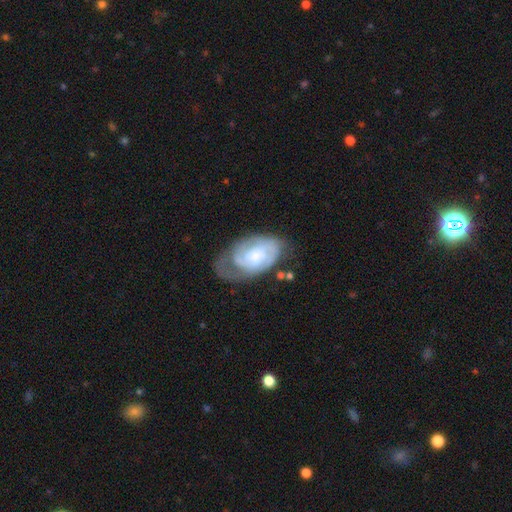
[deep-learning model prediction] A featured or disk galaxy (74%) with no bar (67%), 2 (42%) tight (59%) spiral arms (89%) and a small central bulge (45%).

Vote fractions:
- Smooth or featured? featured or disk: 74% / smooth: 20% / star or artifact: 6%
- Edge-on disk? no: 97% / yes: 3%
- Bar? no: 67% / weak: 28% / strong: 5%
- Spiral arms? yes: 89% / no: 11%
- Spiral winding? tight: 59% / medium: 32% / loose: 10%
- Spiral arm count? 2: 42% / can't tell: 32% / 1: 13% / 3: 9% / 4: 2% / more than 4: 2%
- Bulge size? small: 45% / moderate: 32% / large: 11% / none: 11% / dominant: 2%
- Merging? none: 50% / minor disturbance: 28% / major disturbance: 19% / merger: 3%